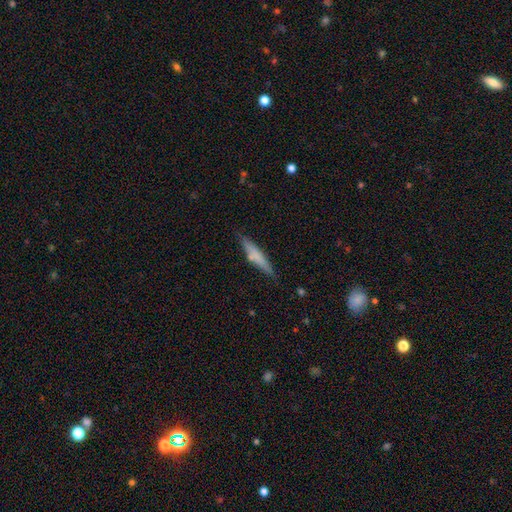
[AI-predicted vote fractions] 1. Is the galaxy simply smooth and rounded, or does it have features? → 63% smooth, 30% featured or disk, 6% star or artifact.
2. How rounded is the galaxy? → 88% cigar-shaped, 10% in between, 1% round.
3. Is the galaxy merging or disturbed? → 79% none, 14% minor disturbance, 4% merger, 3% major disturbance.